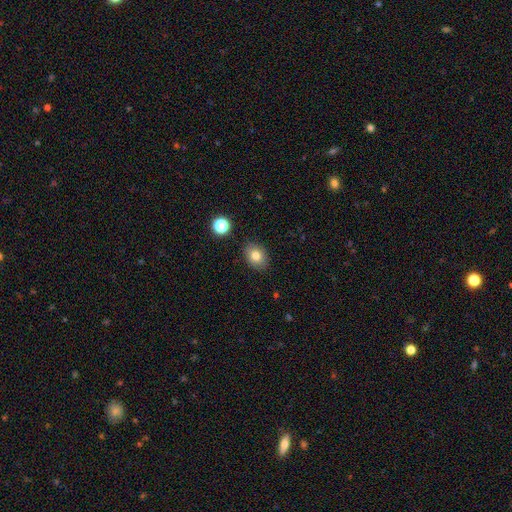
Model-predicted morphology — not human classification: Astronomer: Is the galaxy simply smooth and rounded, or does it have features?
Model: smooth — 80%.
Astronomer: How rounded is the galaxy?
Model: in between — 69%.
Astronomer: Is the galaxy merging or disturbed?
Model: none — 87%.